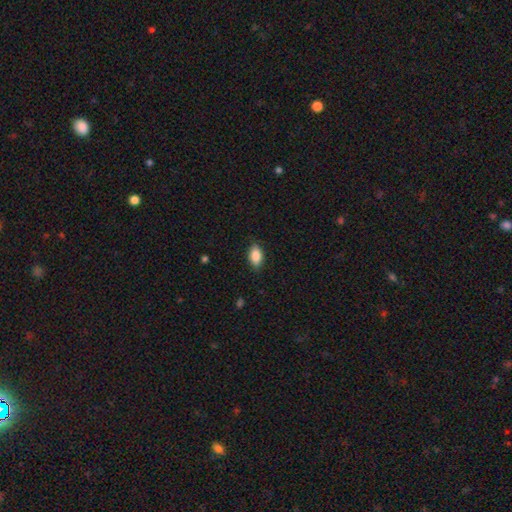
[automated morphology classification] Smooth or featured?
  - smooth: 86% *
  - star or artifact: 7%
  - featured or disk: 6%
How rounded?
  - in between: 90% *
  - round: 6%
  - cigar-shaped: 4%
Merging?
  - none: 85% *
  - minor disturbance: 12%
  - major disturbance: 2%
  - merger: 1%